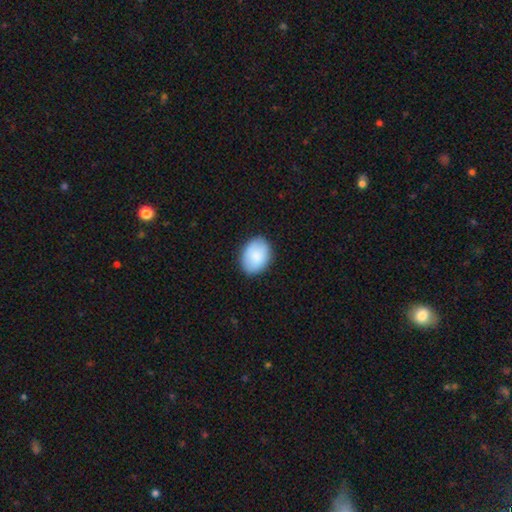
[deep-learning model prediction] Smooth or featured? Predicted: smooth (p=0.87). How rounded? Predicted: in between (p=0.71). Merging? Predicted: none (p=0.87).